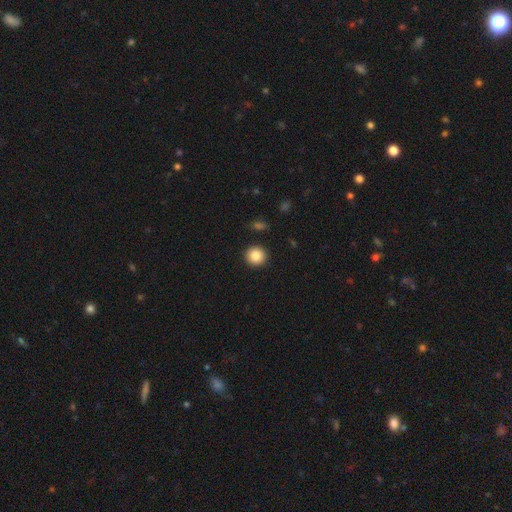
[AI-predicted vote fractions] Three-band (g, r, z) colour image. It shows a smooth galaxy with no disk features (85%) that is round (93%). Merging: none (91%).